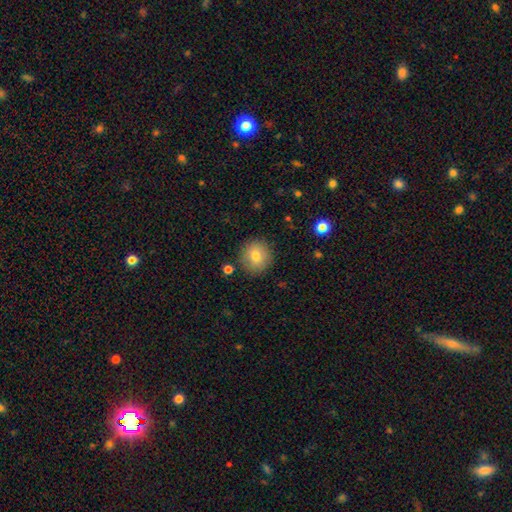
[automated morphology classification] smooth_or_featured: smooth (p=0.78) [alt: featured or disk p=0.12]
how_rounded: round (p=0.91) [alt: in between p=0.08]
merging: none (p=0.88) [alt: minor disturbance p=0.08]